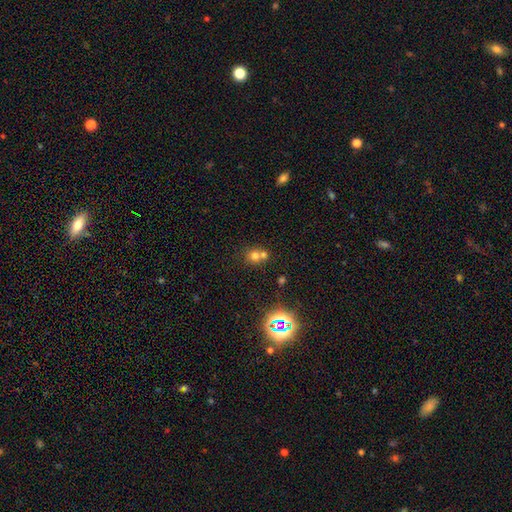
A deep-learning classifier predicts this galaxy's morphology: Smooth or featured? Predicted: smooth (p=0.64). How rounded? Predicted: round (p=0.82). Merging? Predicted: merger (p=0.47).